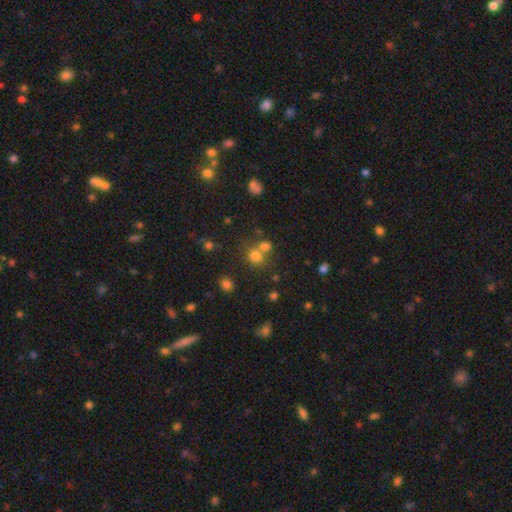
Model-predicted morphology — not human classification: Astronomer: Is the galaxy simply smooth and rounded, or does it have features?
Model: smooth — 71%.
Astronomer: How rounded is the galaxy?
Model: round — 78%.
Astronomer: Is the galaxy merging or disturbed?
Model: none — 50% (runner-up: merger, 36%).